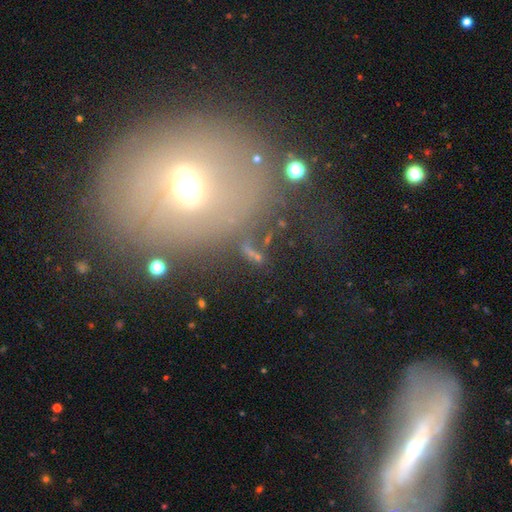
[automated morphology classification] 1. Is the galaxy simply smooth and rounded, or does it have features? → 38% star or artifact, 36% smooth, 26% featured or disk.